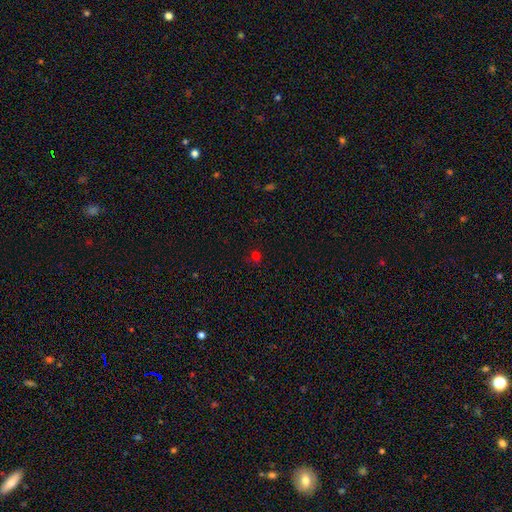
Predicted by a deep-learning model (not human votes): This is possibly a smooth galaxy (55%). How rounded: likely round (76%). Merging: likely none (73%).